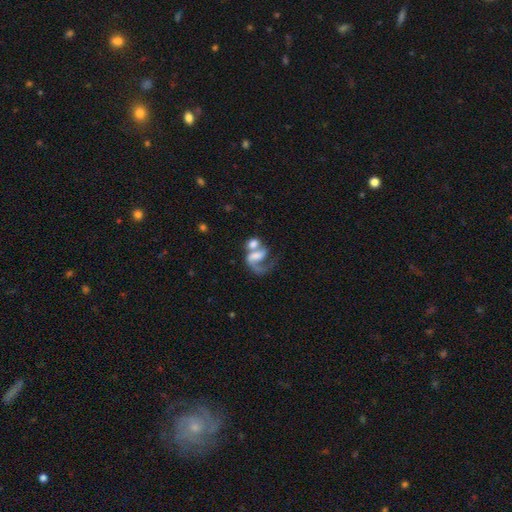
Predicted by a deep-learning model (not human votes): featured or disk 65%, smooth 26%, star or artifact 9%. Down the decision tree: edge-on disk — no (97%); bar — no (44%); spiral arms — yes (82%); spiral arm count — 1 (72%); spiral winding — loose (54%); bulge size — none (29%); merging — merger (49%).